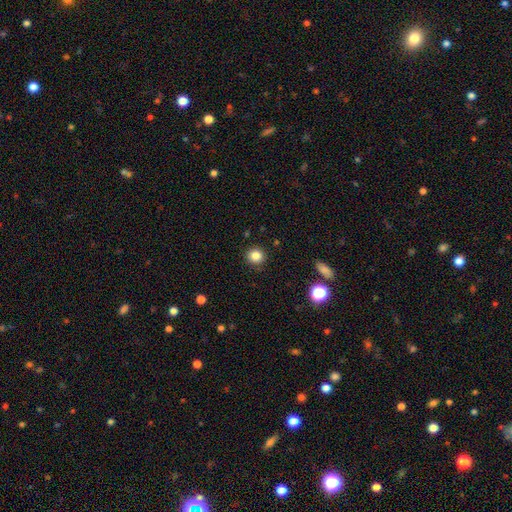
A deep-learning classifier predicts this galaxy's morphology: Q: Smooth or featured?
A: smooth (84%); runner-up: star or artifact (11%)
Q: How rounded?
A: round (90%); runner-up: in between (9%)
Q: Merging?
A: none (90%); runner-up: minor disturbance (7%)